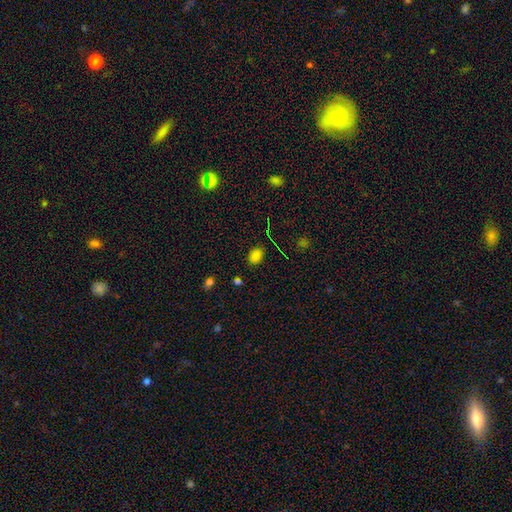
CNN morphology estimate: Overall: smooth (75%). How rounded: in between (69%; round 30%). Merging: none (83%).